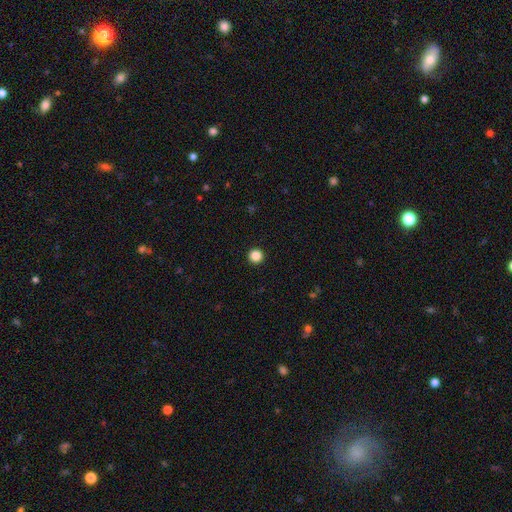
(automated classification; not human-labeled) Smooth or featured? smooth (87%)
How rounded? round (96%)
Merging? none (94%)